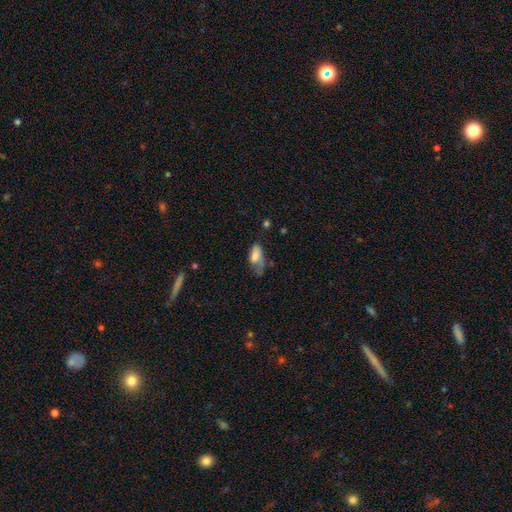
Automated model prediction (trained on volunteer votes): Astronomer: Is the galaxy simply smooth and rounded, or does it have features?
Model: smooth — 72%.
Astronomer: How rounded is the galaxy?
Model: in between — 87%.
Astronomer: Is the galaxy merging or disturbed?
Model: minor disturbance — 34% (runner-up: major disturbance, 33%).